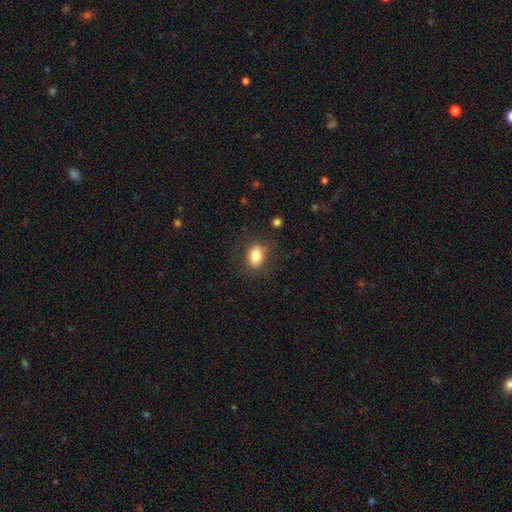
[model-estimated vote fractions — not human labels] A smooth galaxy with no disk features (82%) that is in between round and cigar-shaped (75%). Merging: none (79%).